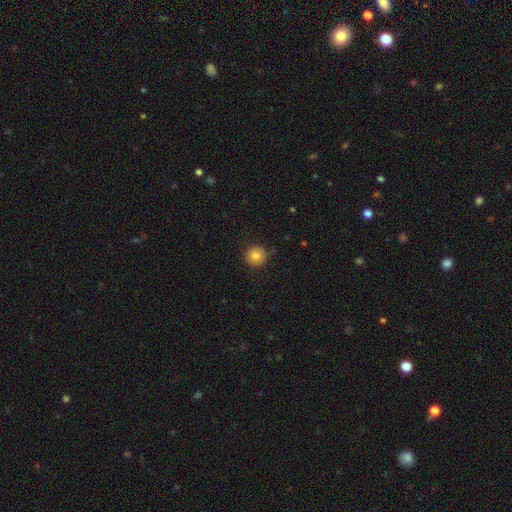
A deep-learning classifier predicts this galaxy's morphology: A smooth galaxy with no disk features (81%) that is round (95%).

Vote fractions:
- Smooth or featured? smooth: 81% / star or artifact: 10% / featured or disk: 9%
- How rounded? round: 95% / in between: 4% / cigar-shaped: 1%
- Merging? none: 90% / minor disturbance: 7% / major disturbance: 2% / merger: 1%